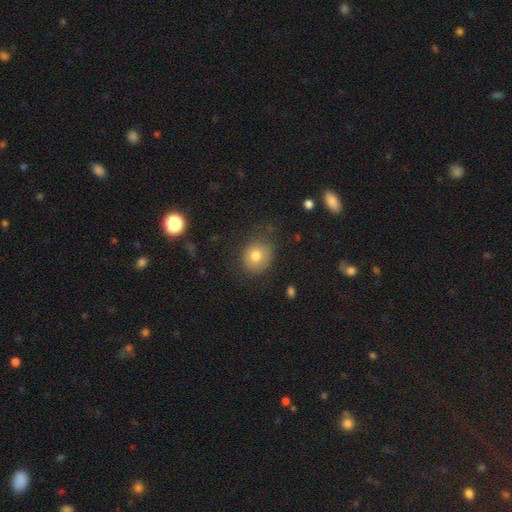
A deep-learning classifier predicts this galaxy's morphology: This appears to be a smooth galaxy with no disk features (76%) that is round (76%). Merging: none (74%).